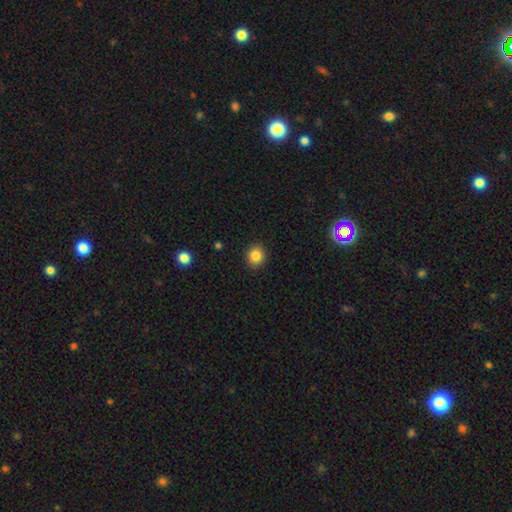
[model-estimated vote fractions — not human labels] This is clearly a smooth galaxy (85%). How rounded: clearly round (84%). Merging: clearly none (91%).